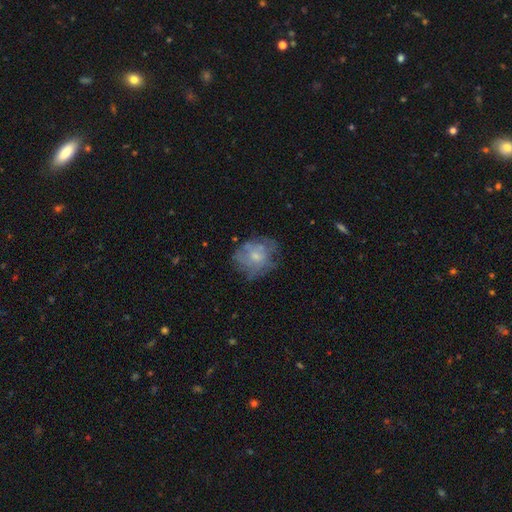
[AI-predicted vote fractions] This appears to be a featured or disk galaxy (53%) with no bar (83%), no spiral arms (61%) and a small central bulge (55%). Merging: none (57%).